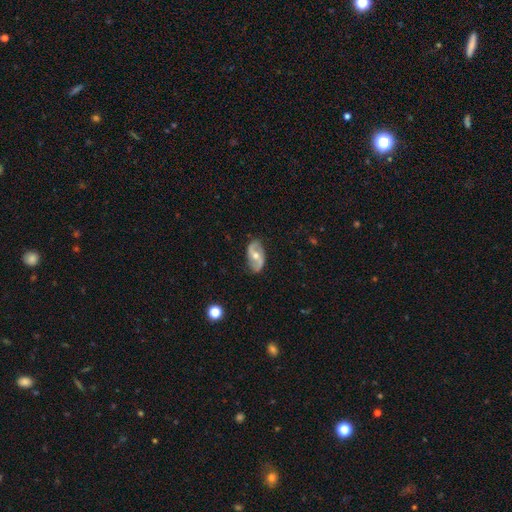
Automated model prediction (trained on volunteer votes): A featured or disk galaxy (76%) with no bar (41%), 2 (91%) loose (58%) spiral arms (87%) and a moderate central bulge (68%). Merging: none (81%).